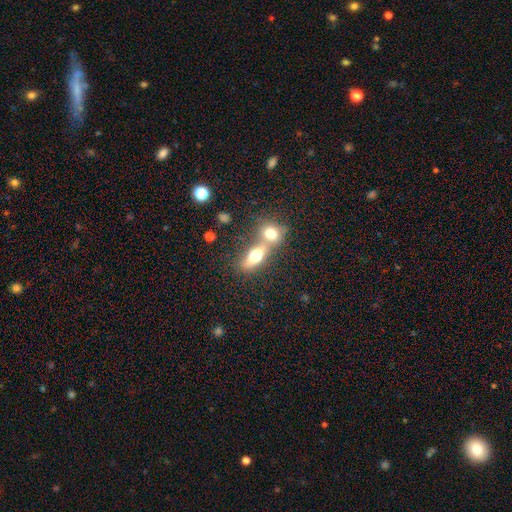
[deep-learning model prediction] Overall: smooth (65%; featured or disk 26%). How rounded: in between (62%). Merging: merger (61%; none 27%).